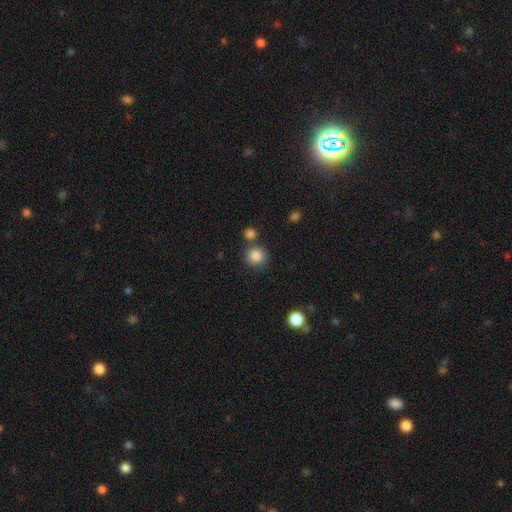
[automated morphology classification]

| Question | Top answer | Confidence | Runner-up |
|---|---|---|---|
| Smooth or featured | smooth | 85% | star or artifact (10%) |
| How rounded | round | 91% | in between (8%) |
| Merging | none | 71% | merger (17%) |